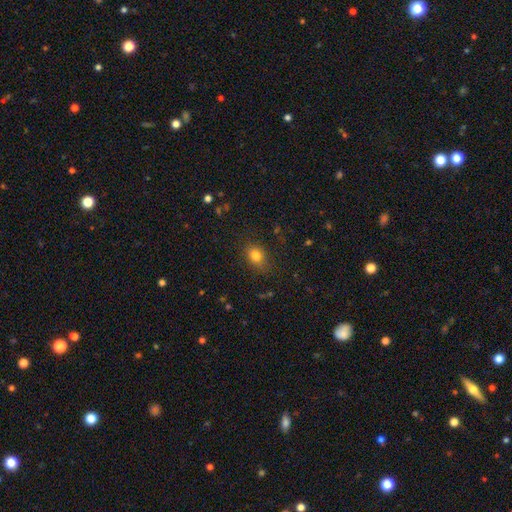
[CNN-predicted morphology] A smooth galaxy with no disk features (81%) that is in between round and cigar-shaped (64%). Merging: none (80%).